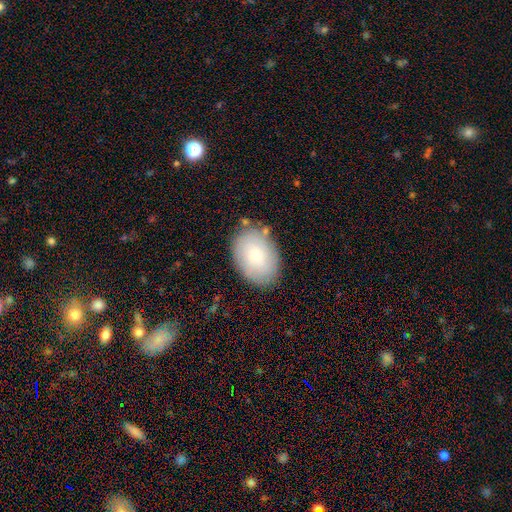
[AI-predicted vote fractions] Smooth or featured? smooth (67%)
How rounded? in between (79%)
Merging? none (82%)